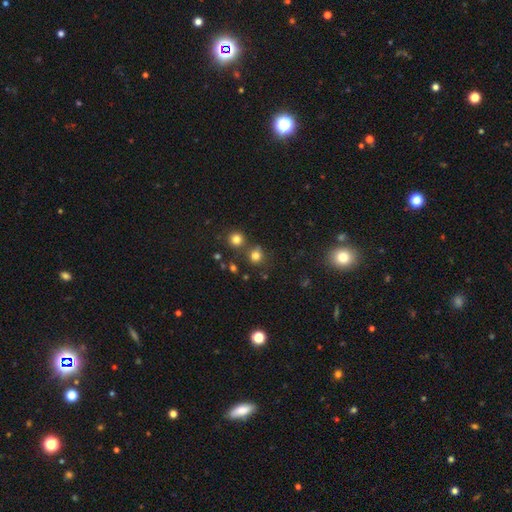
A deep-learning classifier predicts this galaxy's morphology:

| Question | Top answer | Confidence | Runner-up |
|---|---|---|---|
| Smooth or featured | smooth | 76% | star or artifact (18%) |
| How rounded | round | 85% | in between (14%) |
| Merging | none | 68% | merger (18%) |